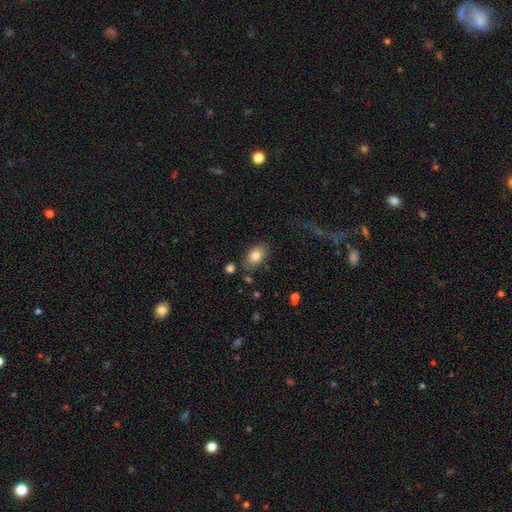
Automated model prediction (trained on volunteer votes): Overall: smooth (81%). How rounded: in between (86%). Merging: none (79%).